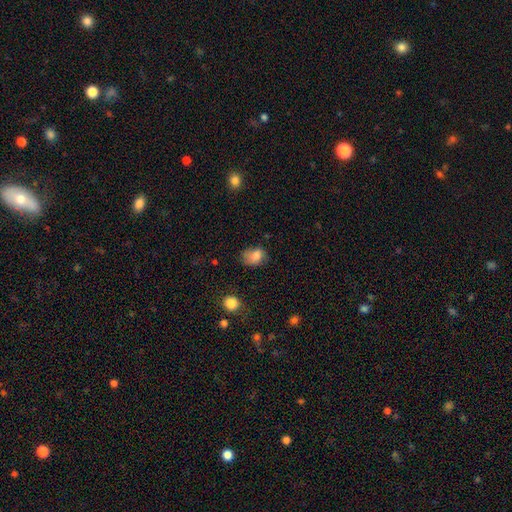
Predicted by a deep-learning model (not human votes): This appears to be a smooth galaxy with no disk features (79%) that is in between round and cigar-shaped (62%). Merging: none (48%).